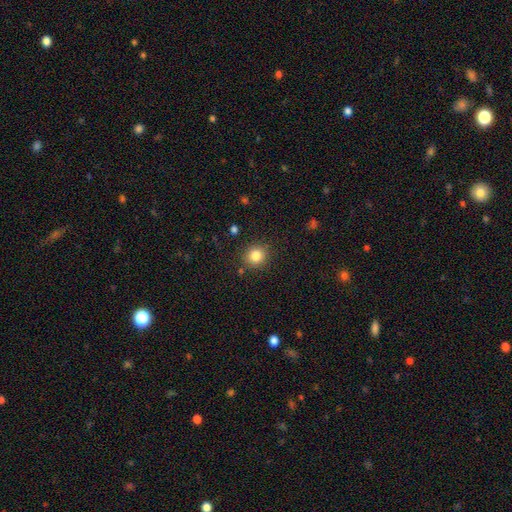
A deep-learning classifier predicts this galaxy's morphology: This appears to be a smooth galaxy with no disk features (83%) that is round (88%). Merging: none (87%).